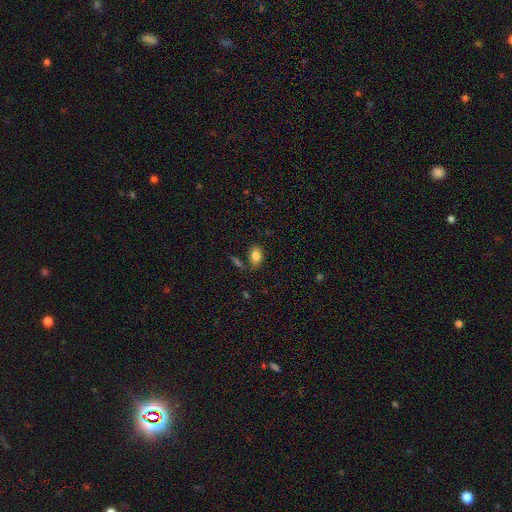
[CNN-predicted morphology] Smooth or featured: smooth — 83% (star or artifact — 9%)
How rounded: in between — 84% (round — 14%)
Merging: none — 72% (minor disturbance — 15%)